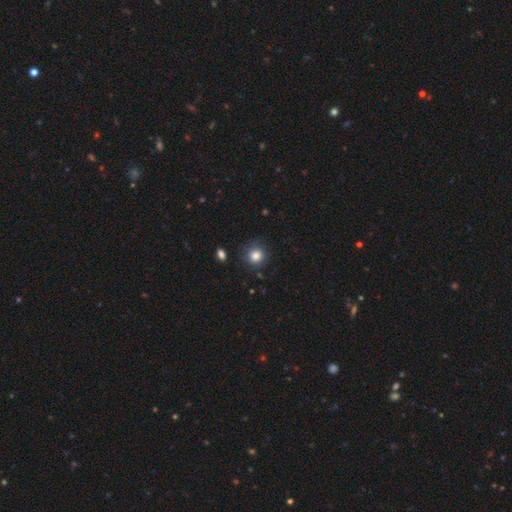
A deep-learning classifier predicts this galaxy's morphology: Smooth or featured?
  - smooth: 82% *
  - star or artifact: 11%
  - featured or disk: 7%
How rounded?
  - round: 89% *
  - in between: 10%
  - cigar-shaped: 1%
Merging?
  - none: 80% *
  - minor disturbance: 14%
  - major disturbance: 4%
  - merger: 2%